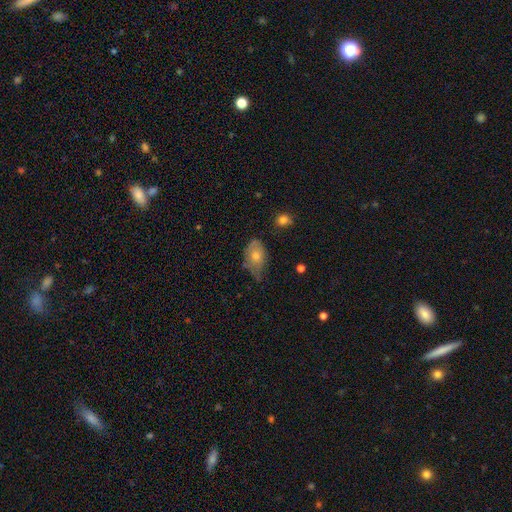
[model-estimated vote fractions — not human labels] Smooth or featured? Predicted: smooth (p=0.59). How rounded? Predicted: in between (p=0.85). Merging? Predicted: minor disturbance (p=0.43).